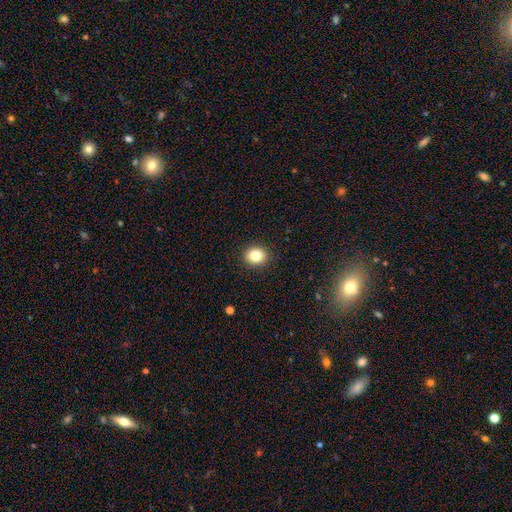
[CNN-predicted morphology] This appears to be a smooth galaxy with no disk features (83%) that is round (63%). Merging: none (90%).